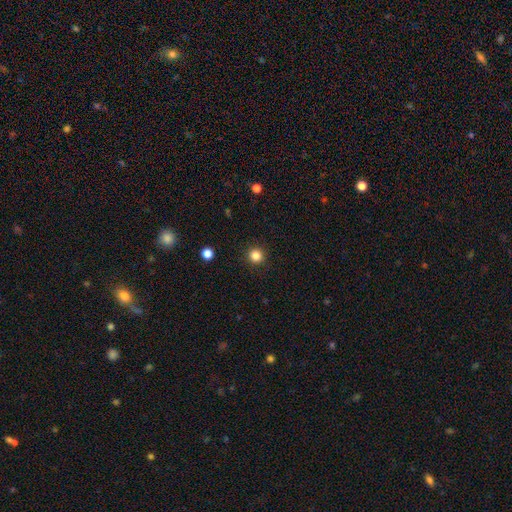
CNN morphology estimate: The model was most divided on "smooth or featured": smooth: 84%, star or artifact: 12%, featured or disk: 4%. More confident: how rounded — round (95%); merging — none (93%).